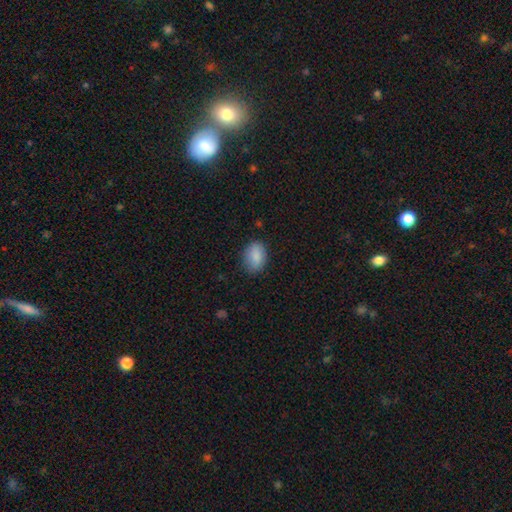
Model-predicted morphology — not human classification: A smooth galaxy with no disk features (88%) that is in between round and cigar-shaped (80%).

Vote fractions:
- Smooth or featured? smooth: 88% / star or artifact: 7% / featured or disk: 5%
- How rounded? in between: 80% / round: 19% / cigar-shaped: 1%
- Merging? none: 81% / minor disturbance: 14% / major disturbance: 3% / merger: 1%